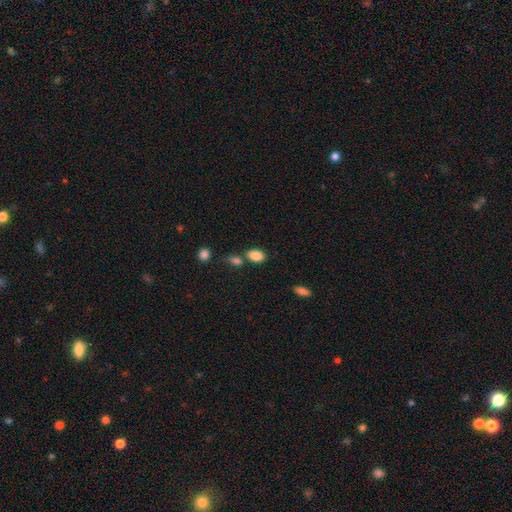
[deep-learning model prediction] This appears to be a smooth galaxy with no disk features (86%) that is in between round and cigar-shaped (85%). Merging: none (63%).